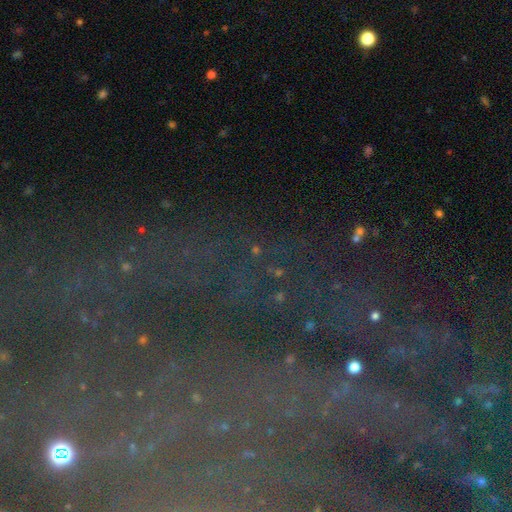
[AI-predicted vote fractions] smooth_or_featured: star or artifact (p=0.60) [alt: featured or disk p=0.27]